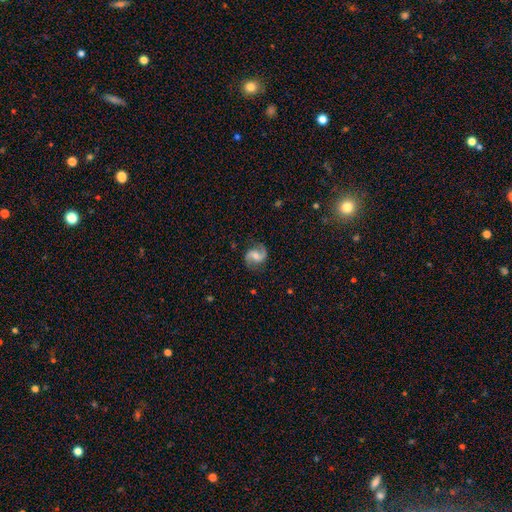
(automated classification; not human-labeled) Smooth or featured?
  - featured or disk: 83% *
  - smooth: 11%
  - star or artifact: 6%
Edge-on disk?
  - no: 98% *
  - yes: 2%
Bar?
  - weak: 47% *
  - no: 37%
  - strong: 16%
Spiral arms?
  - yes: 97% *
  - no: 3%
Spiral winding?
  - loose: 45% *
  - medium: 44%
  - tight: 11%
Spiral arm count?
  - 2: 93% *
  - 1: 2%
  - can't tell: 2%
  - 3: 1%
  - 4: 1%
  - more than 4: 1%
Bulge size?
  - moderate: 45% *
  - small: 32%
  - none: 13%
  - large: 8%
  - dominant: 2%
Merging?
  - none: 81% *
  - minor disturbance: 13%
  - major disturbance: 4%
  - merger: 1%